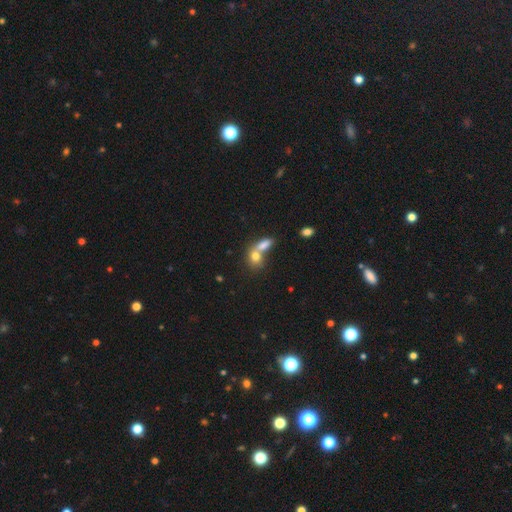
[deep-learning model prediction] Q: Smooth or featured?
A: smooth (77%); runner-up: featured or disk (13%)
Q: How rounded?
A: in between (57%); runner-up: round (39%)
Q: Merging?
A: merger (60%); runner-up: none (29%)